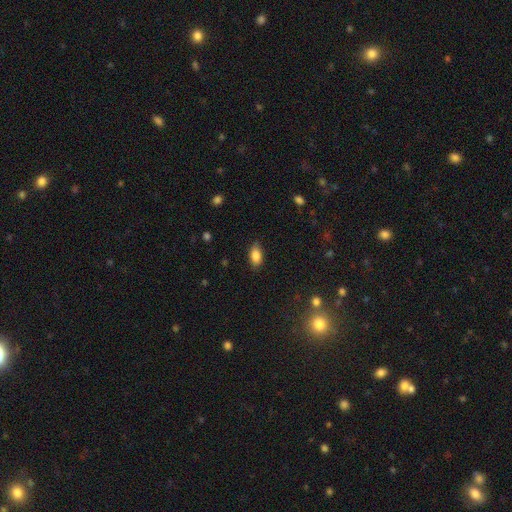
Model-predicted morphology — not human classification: A smooth galaxy with no disk features (84%) that is in between round and cigar-shaped (89%). Merging: none (81%).